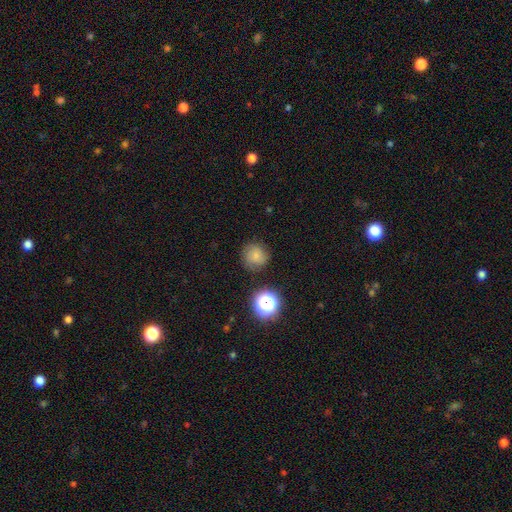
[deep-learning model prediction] A smooth galaxy with no disk features (65%) that is round (90%).

Vote fractions:
- Smooth or featured? smooth: 65% / featured or disk: 19% / star or artifact: 16%
- How rounded? round: 90% / in between: 9% / cigar-shaped: 1%
- Merging? none: 76% / minor disturbance: 16% / major disturbance: 6% / merger: 2%